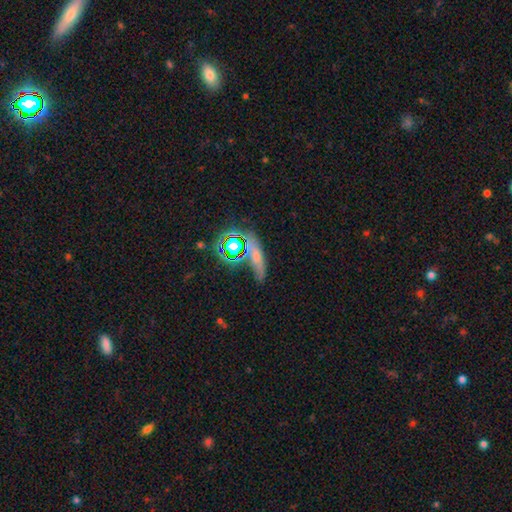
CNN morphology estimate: smooth_or_featured: star or artifact (p=0.40) [alt: smooth p=0.35]